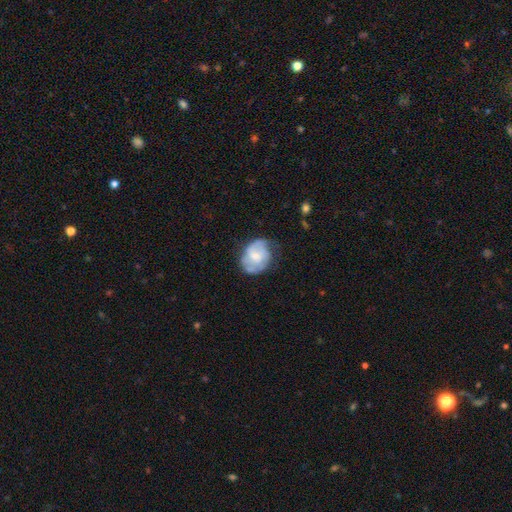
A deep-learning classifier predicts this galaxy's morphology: Smooth or featured? Predicted: featured or disk (p=0.58). Edge-on disk? Predicted: no (p=0.98). Bar? Predicted: no (p=0.57). Spiral arms? Predicted: yes (p=0.71). Bulge size? Predicted: small (p=0.45). Merging? Predicted: none (p=0.49).